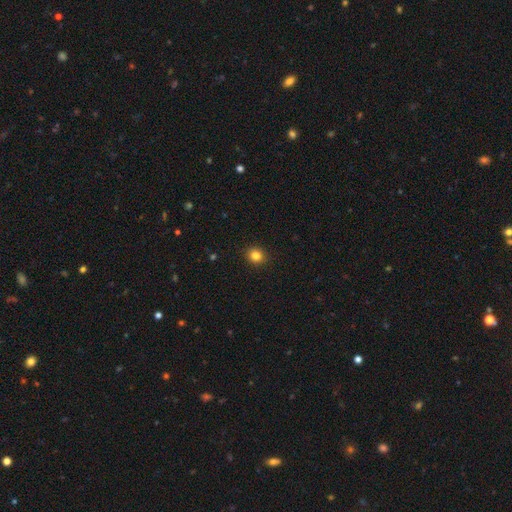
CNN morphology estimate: A smooth galaxy with no disk features (83%) that is round (83%). Merging: none (92%).